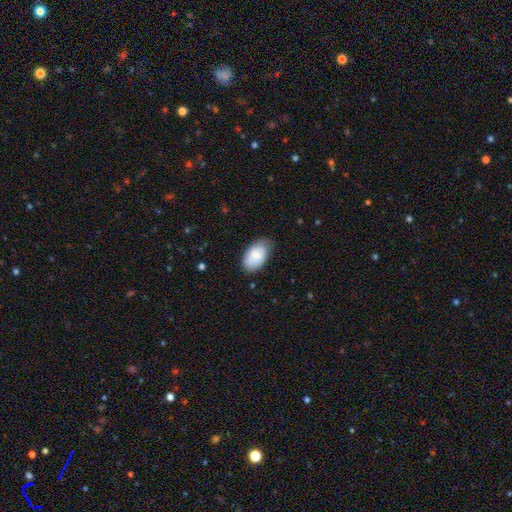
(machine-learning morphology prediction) type=smooth (76%); roundness=in between (93%); merging=none (63%).